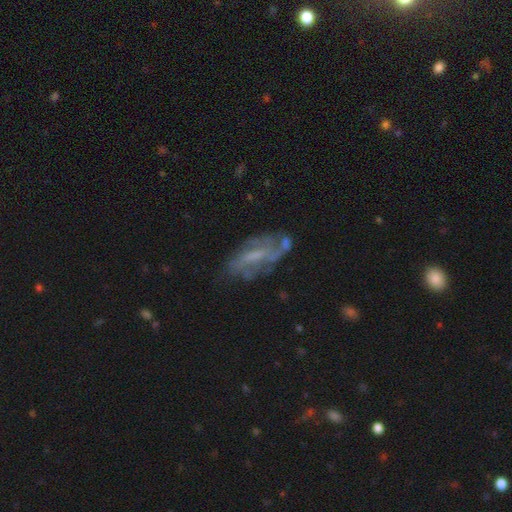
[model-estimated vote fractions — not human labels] Smooth or featured? Predicted: featured or disk (p=0.64). Edge-on disk? Predicted: no (p=0.87). Bar? Predicted: weak (p=0.43). Spiral arms? Predicted: yes (p=0.62). Bulge size? Predicted: small (p=0.38). Merging? Predicted: none (p=0.54).